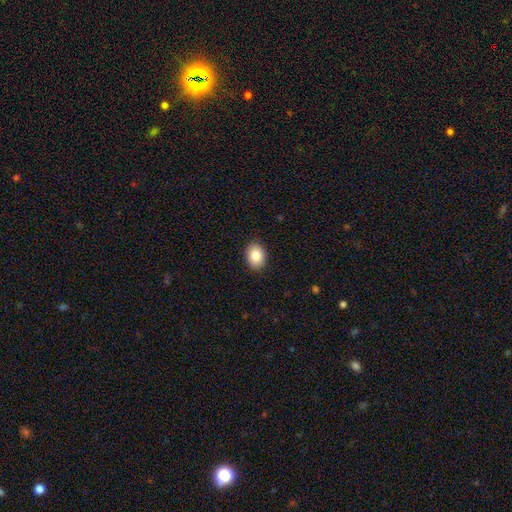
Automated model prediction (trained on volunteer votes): Smooth or featured: smooth — 86% (star or artifact — 8%)
How rounded: in between — 61% (round — 38%)
Merging: none — 90% (minor disturbance — 7%)